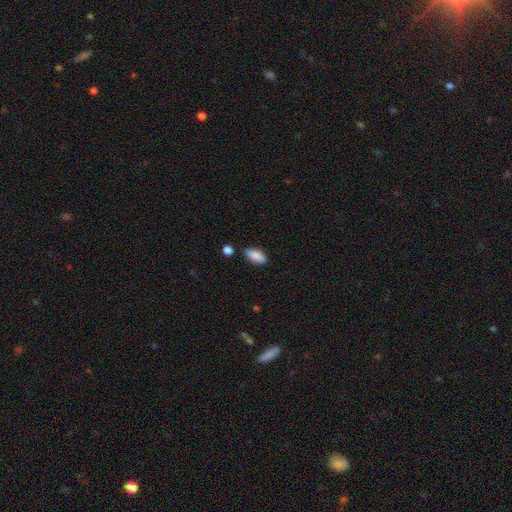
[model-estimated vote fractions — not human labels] Smooth or featured: smooth — 87% (featured or disk — 7%)
How rounded: in between — 86% (cigar-shaped — 11%)
Merging: none — 80% (minor disturbance — 13%)